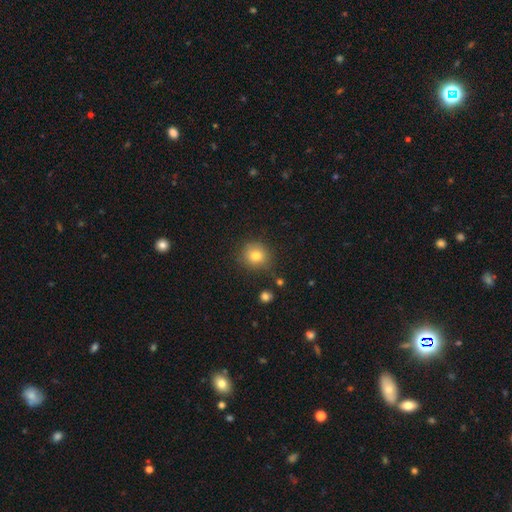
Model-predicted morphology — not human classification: smooth-or-featured: smooth: 79% | star or artifact: 12% | featured or disk: 9%
  how-rounded: round: 86% | in between: 13% | cigar-shaped: 1%
  merging: none: 81% | minor disturbance: 13% | major disturbance: 3% | merger: 3%